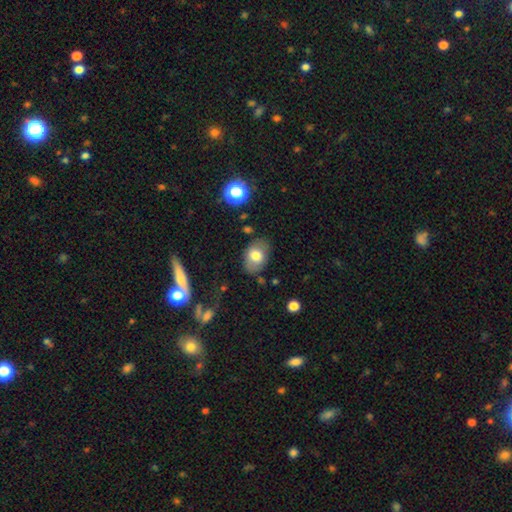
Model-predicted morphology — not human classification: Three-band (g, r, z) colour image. It shows a smooth galaxy with no disk features (73%) that is in between round and cigar-shaped (80%). Merging: none (76%).